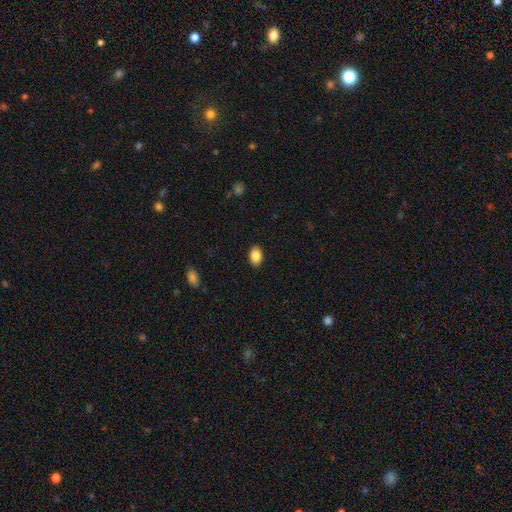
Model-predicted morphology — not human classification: type=smooth (86%); roundness=in between (84%); merging=none (89%).